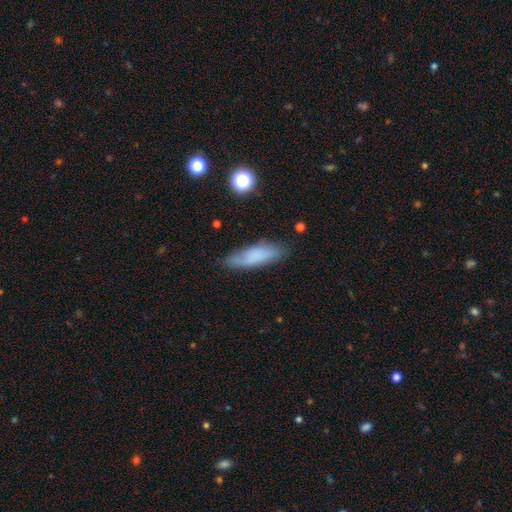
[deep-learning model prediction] A smooth galaxy with no disk features (71%) that is cigar-shaped (51%). Merging: none (74%).